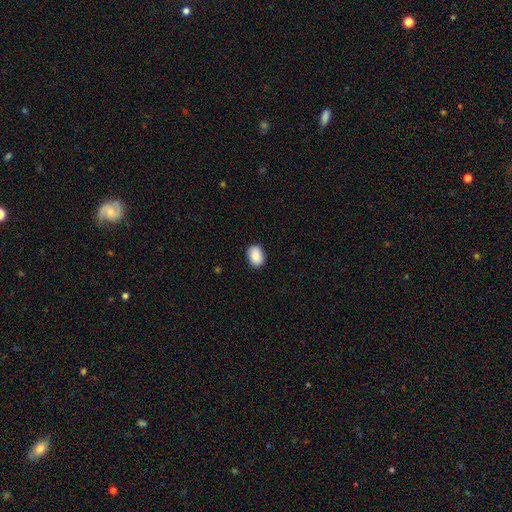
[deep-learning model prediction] Smooth or featured: smooth — 90% (star or artifact — 7%)
How rounded: in between — 82% (round — 17%)
Merging: none — 88% (minor disturbance — 9%)